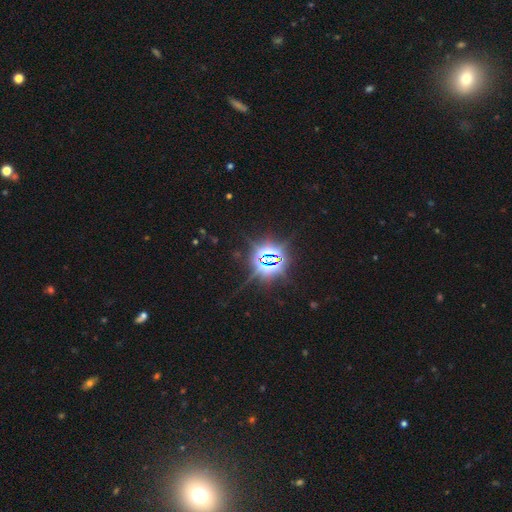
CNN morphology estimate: This is clearly a star or artifact rather than a galaxy (84%).